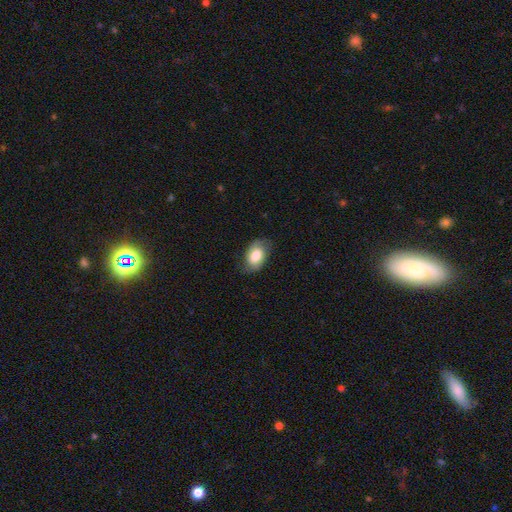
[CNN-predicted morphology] type=smooth (64%); roundness=in between (90%); merging=none (74%).